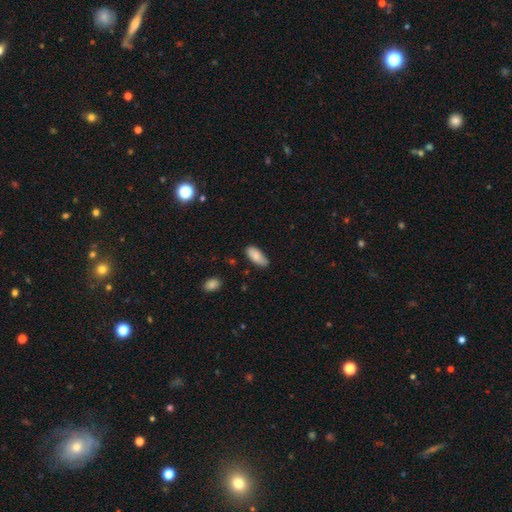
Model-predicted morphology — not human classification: Smooth or featured? smooth (82%)
How rounded? in between (86%)
Merging? none (77%)